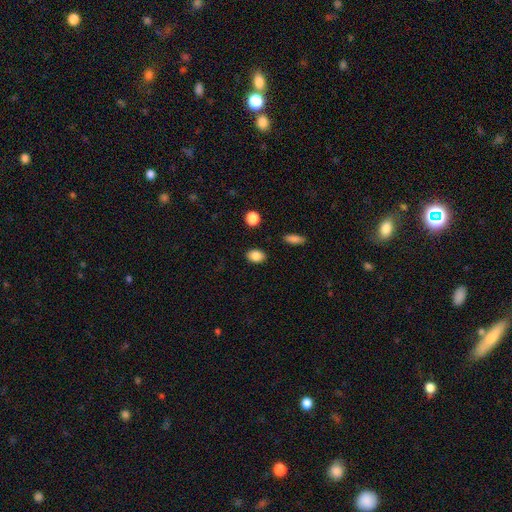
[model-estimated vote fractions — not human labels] Overall: smooth (86%). How rounded: in between (72%). Merging: none (88%).